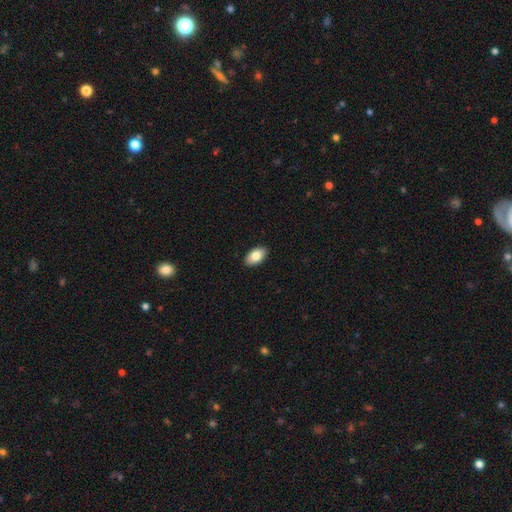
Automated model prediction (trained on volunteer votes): Smooth or featured?
  - smooth: 82% *
  - featured or disk: 12%
  - star or artifact: 7%
How rounded?
  - in between: 94% *
  - round: 4%
  - cigar-shaped: 2%
Merging?
  - none: 90% *
  - minor disturbance: 7%
  - major disturbance: 2%
  - merger: 1%